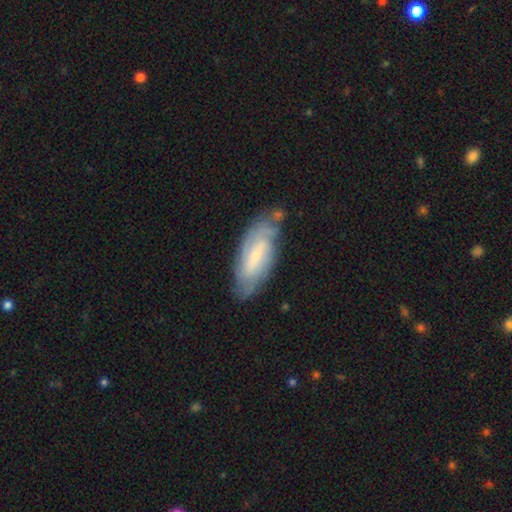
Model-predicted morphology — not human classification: featured or disk 64%, smooth 30%, star or artifact 7%. Down the decision tree: edge-on disk — no (88%); bar — weak (48%); spiral arms — yes (87%); bulge size — small (64%); merging — none (70%).